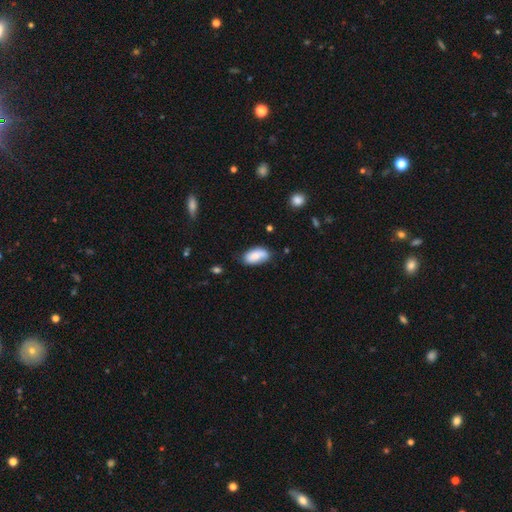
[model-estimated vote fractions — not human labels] smooth-or-featured: smooth: 80% | featured or disk: 13% | star or artifact: 7%
  how-rounded: in between: 93% | cigar-shaped: 4% | round: 3%
  merging: none: 67% | minor disturbance: 25% | major disturbance: 5% | merger: 3%